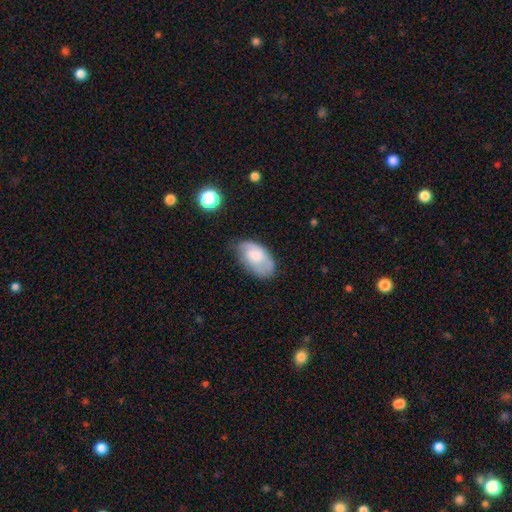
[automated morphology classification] Smooth or featured?
  - smooth: 51% *
  - featured or disk: 42%
  - star or artifact: 7%
How rounded?
  - in between: 93% *
  - round: 5%
  - cigar-shaped: 2%
Merging?
  - none: 62% *
  - minor disturbance: 28%
  - major disturbance: 9%
  - merger: 2%